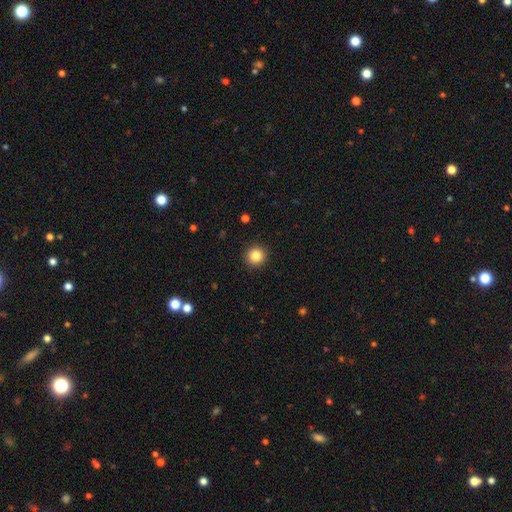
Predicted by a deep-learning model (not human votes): A smooth galaxy with no disk features (84%) that is round (95%).

Vote fractions:
- Smooth or featured? smooth: 84% / star or artifact: 11% / featured or disk: 5%
- How rounded? round: 95% / in between: 4% / cigar-shaped: 1%
- Merging? none: 92% / minor disturbance: 5% / major disturbance: 2% / merger: 1%